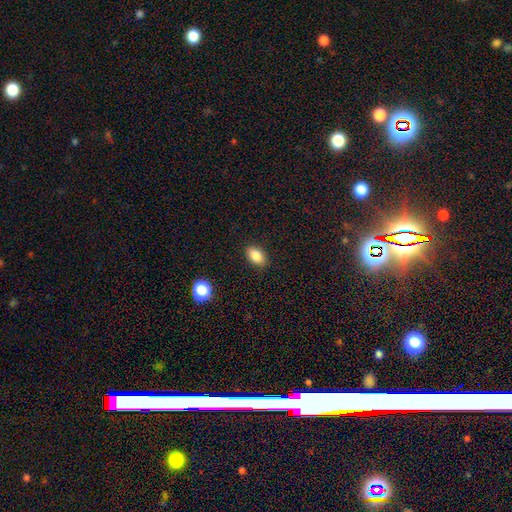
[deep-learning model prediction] A smooth galaxy with no disk features (84%) that is in between round and cigar-shaped (88%). Merging: none (88%).